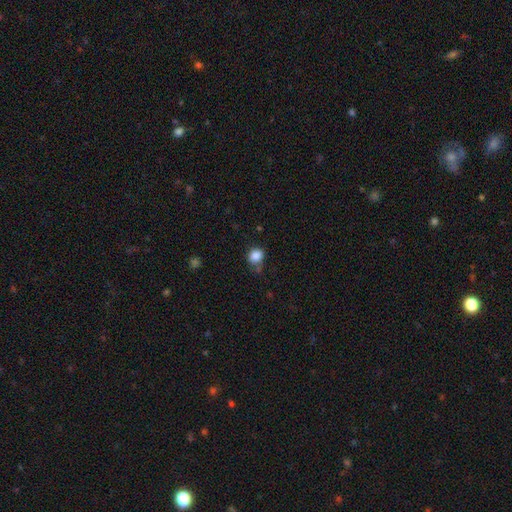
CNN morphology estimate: smooth 85%, star or artifact 10%, featured or disk 4%. Down the decision tree: how rounded — round (67%); merging — none (68%).